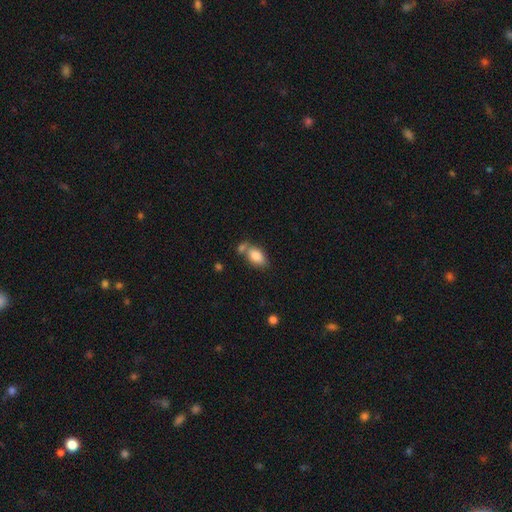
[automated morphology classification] Q: Smooth or featured?
A: smooth (83%); runner-up: featured or disk (10%)
Q: How rounded?
A: in between (90%); runner-up: round (7%)
Q: Merging?
A: none (50%); runner-up: merger (30%)